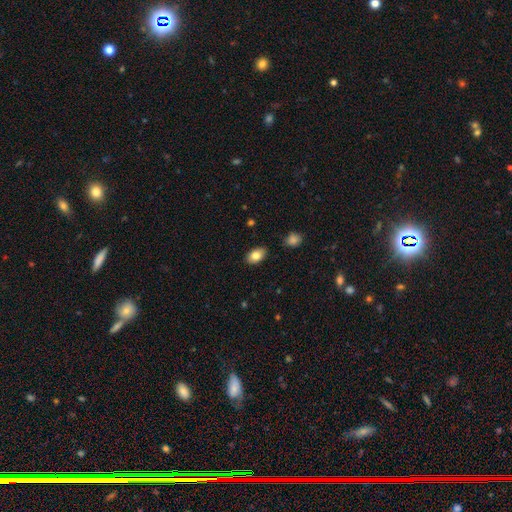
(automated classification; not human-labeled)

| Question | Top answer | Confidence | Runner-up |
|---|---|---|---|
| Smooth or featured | smooth | 82% | featured or disk (11%) |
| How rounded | in between | 90% | round (9%) |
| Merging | none | 84% | minor disturbance (12%) |